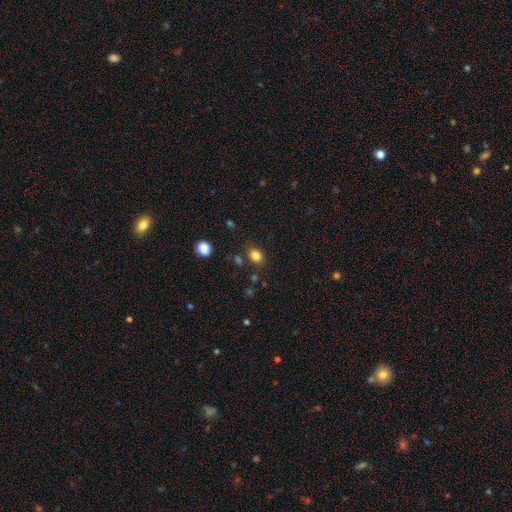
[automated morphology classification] Smooth or featured: smooth — 82% (star or artifact — 12%)
How rounded: in between — 58% (round — 41%)
Merging: none — 81% (minor disturbance — 12%)